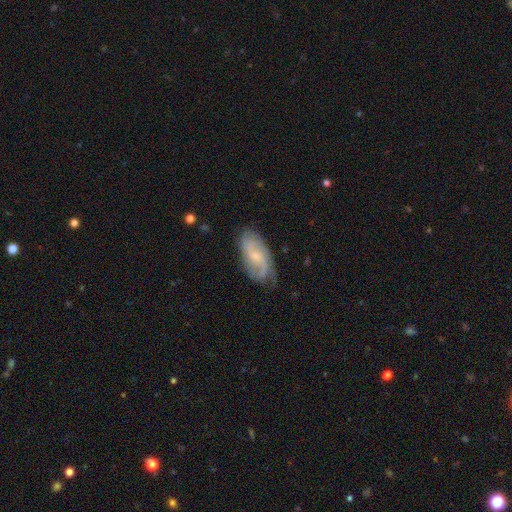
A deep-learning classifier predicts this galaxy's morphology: Overall: featured or disk (75%). Edge-on disk: no (95%). Bar: no (49%; weak 44%). Spiral arms: yes (94%). Spiral arm count: 2 (56%; can't tell 20%). Spiral winding: medium (45%; loose 28%). Bulge size: small (64%; moderate 28%). Merging: none (72%).